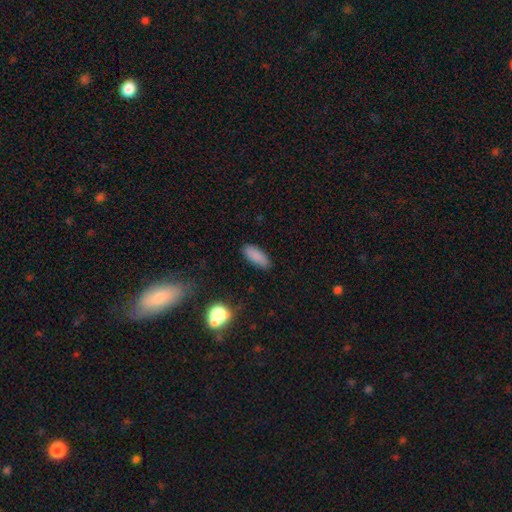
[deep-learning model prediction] A smooth galaxy with no disk features (87%) that is in between round and cigar-shaped (68%). Merging: none (87%).